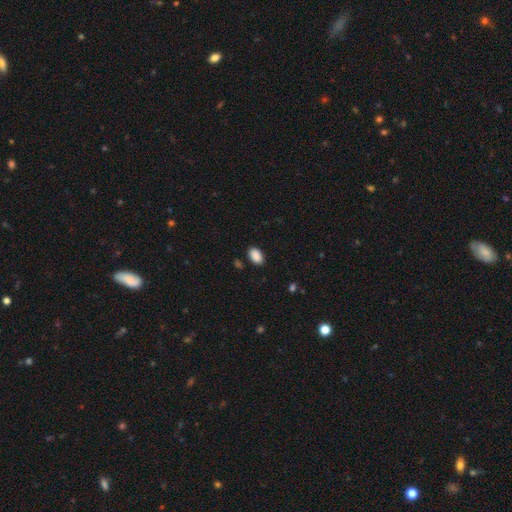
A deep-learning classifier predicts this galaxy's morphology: smooth 89%, star or artifact 8%, featured or disk 3%. Down the decision tree: how rounded — in between (91%); merging — none (87%).